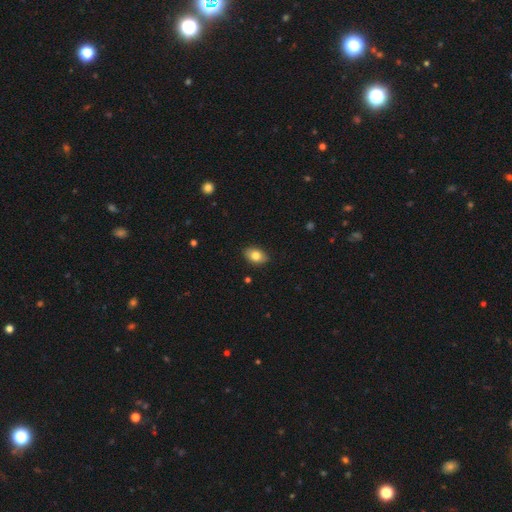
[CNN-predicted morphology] The model was most divided on "how rounded": in between: 83%, round: 15%, cigar-shaped: 1%. More confident: merging — none (88%); smooth or featured — smooth (81%).